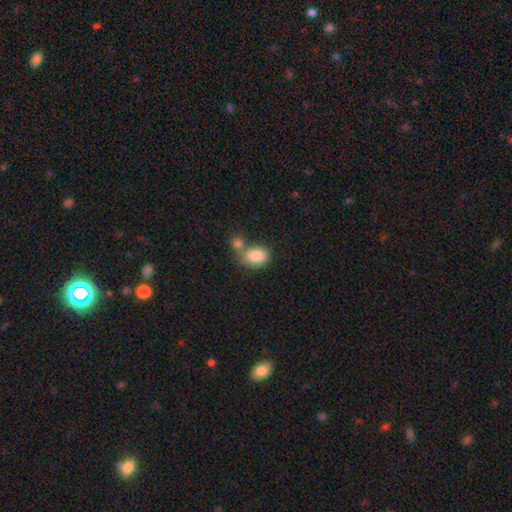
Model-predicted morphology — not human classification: smooth 86%, star or artifact 8%, featured or disk 6%. Down the decision tree: how rounded — in between (76%); merging — none (41%).